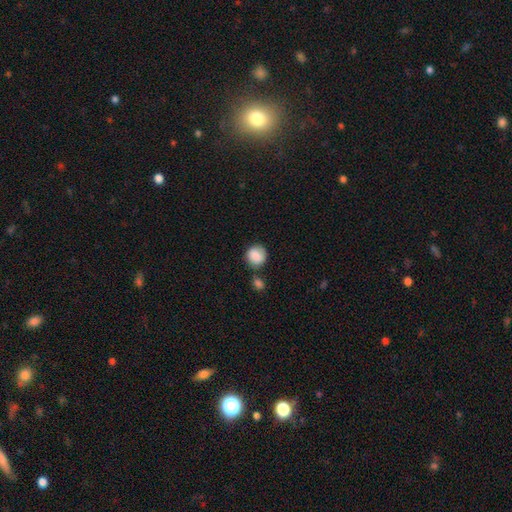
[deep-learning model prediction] Q: Smooth or featured?
A: smooth (87%); runner-up: star or artifact (7%)
Q: How rounded?
A: round (86%); runner-up: in between (13%)
Q: Merging?
A: none (61%); runner-up: merger (19%)